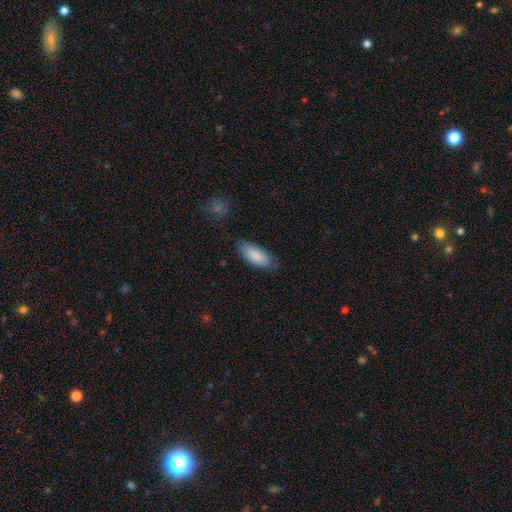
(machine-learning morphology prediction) Q: Smooth or featured?
A: smooth (87%); runner-up: featured or disk (7%)
Q: How rounded?
A: in between (82%); runner-up: cigar-shaped (17%)
Q: Merging?
A: none (78%); runner-up: minor disturbance (17%)